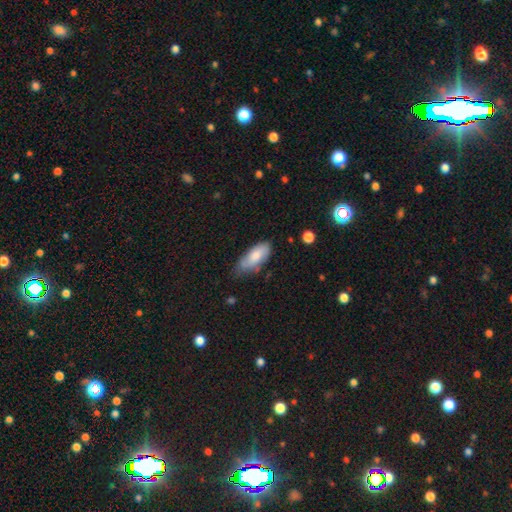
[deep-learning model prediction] Smooth or featured?
  - smooth: 78% *
  - featured or disk: 16%
  - star or artifact: 6%
How rounded?
  - in between: 84% *
  - cigar-shaped: 14%
  - round: 2%
Merging?
  - none: 55% *
  - minor disturbance: 35%
  - major disturbance: 8%
  - merger: 3%